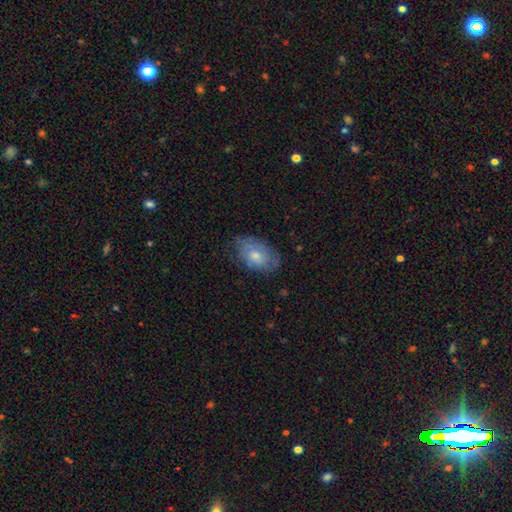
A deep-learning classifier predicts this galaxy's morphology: This is likely a smooth galaxy (61%). How rounded: clearly in between (88%). Merging: likely none (67%).